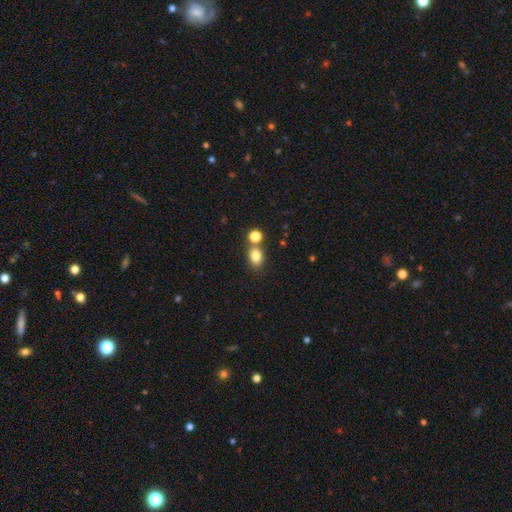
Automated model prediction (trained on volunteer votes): Morphology: type=smooth (80%); roundness=in between (57%); merging=none (62%).